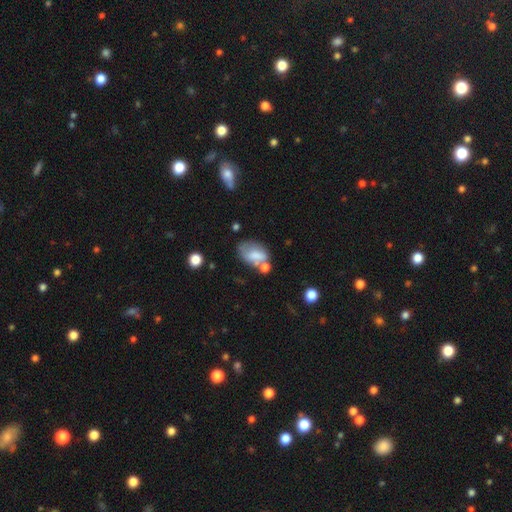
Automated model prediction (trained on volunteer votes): Overall: smooth (64%; featured or disk 26%). How rounded: in between (86%). Merging: none (34%; minor disturbance 25%).